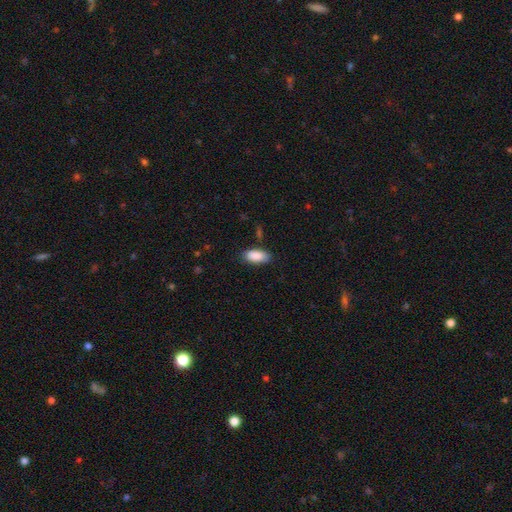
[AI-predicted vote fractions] Smooth or featured? smooth (89%)
How rounded? in between (91%)
Merging? none (79%)